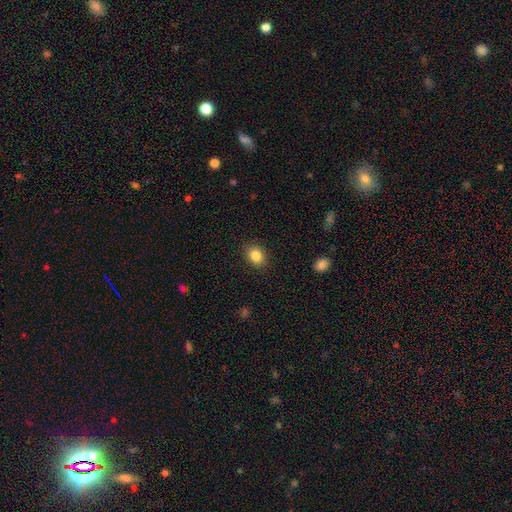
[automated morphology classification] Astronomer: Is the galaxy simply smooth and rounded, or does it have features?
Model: smooth — 86%.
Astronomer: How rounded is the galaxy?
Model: in between — 59% (runner-up: round, 40%).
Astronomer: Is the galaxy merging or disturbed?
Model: none — 88%.